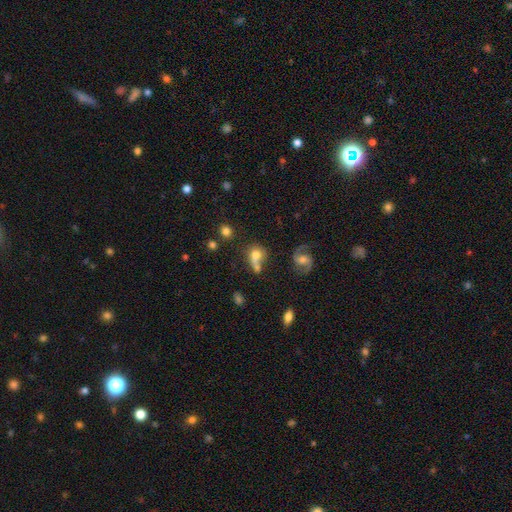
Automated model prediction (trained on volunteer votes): Overall: smooth (60%; featured or disk 27%). How rounded: round (62%; in between 34%). Merging: none (39%; merger 33%).